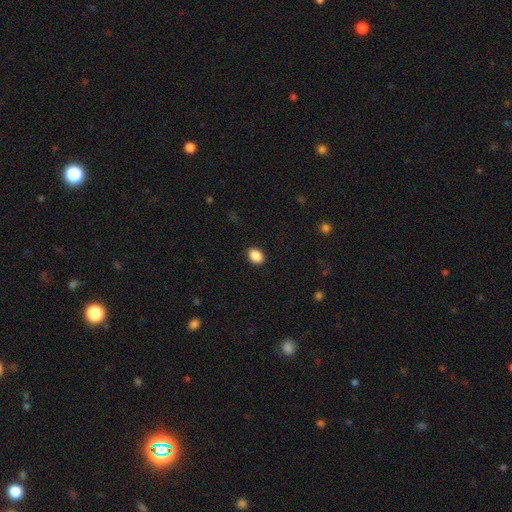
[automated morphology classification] Smooth or featured? Predicted: smooth (p=0.89). How rounded? Predicted: in between (p=0.72). Merging? Predicted: none (p=0.89).